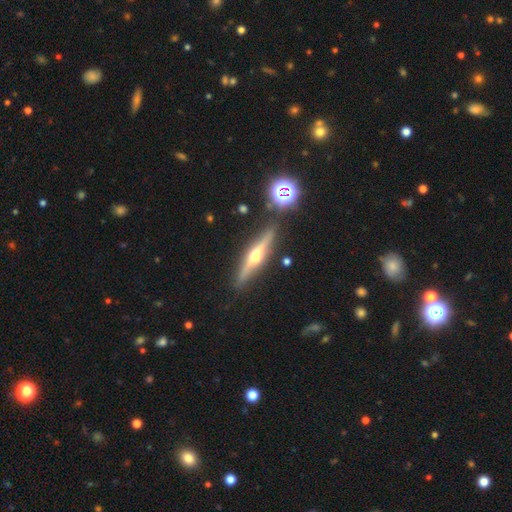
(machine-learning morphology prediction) A featured or disk galaxy (75%) viewed edge-on (97%) with a rounded central bulge (93%).

Vote fractions:
- Smooth or featured? featured or disk: 75% / smooth: 17% / star or artifact: 8%
- Edge-on disk? yes: 97% / no: 3%
- Edge-on bulge? rounded: 93% / boxy: 3% / none: 3%
- Merging? none: 86% / minor disturbance: 8% / merger: 3% / major disturbance: 2%